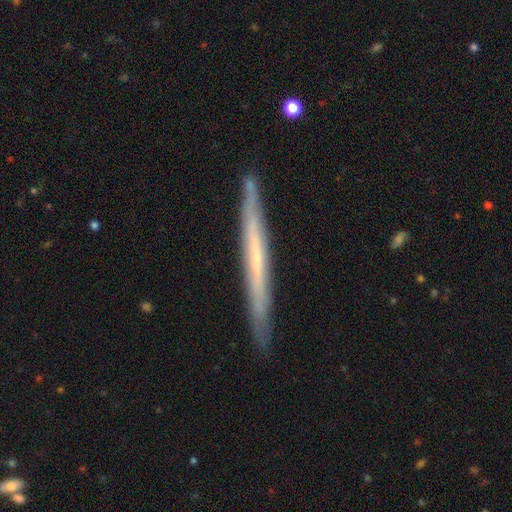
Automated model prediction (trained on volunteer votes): Smooth or featured? featured or disk (61%)
Edge-on disk? yes (96%)
Edge-on bulge? none (85%)
Merging? none (89%)